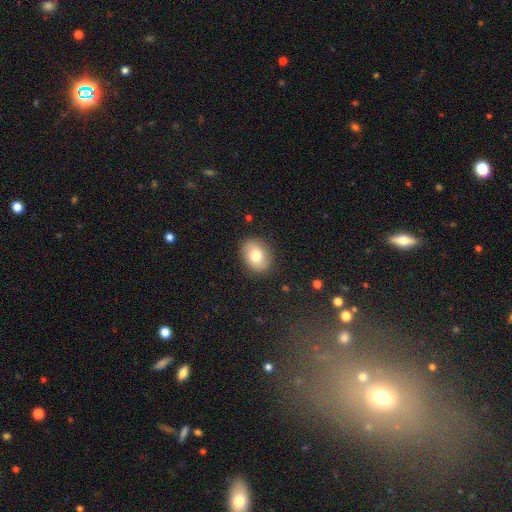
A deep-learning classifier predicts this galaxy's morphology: The model was most divided on "how rounded": in between: 59%, round: 40%, cigar-shaped: 1%. More confident: merging — none (87%); smooth or featured — smooth (75%).